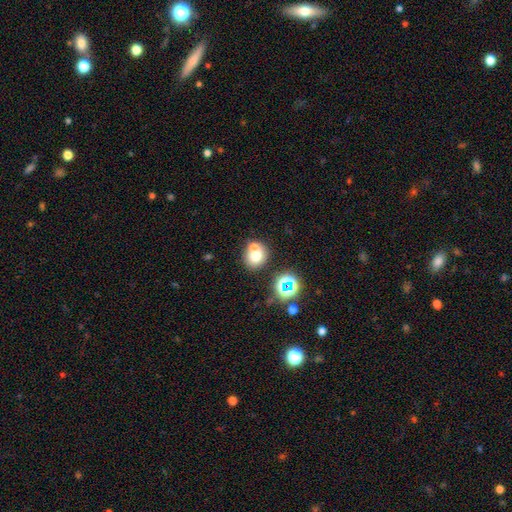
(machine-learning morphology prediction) This is likely a smooth galaxy (68%). How rounded: likely round (78%). Merging: possibly none (47%).